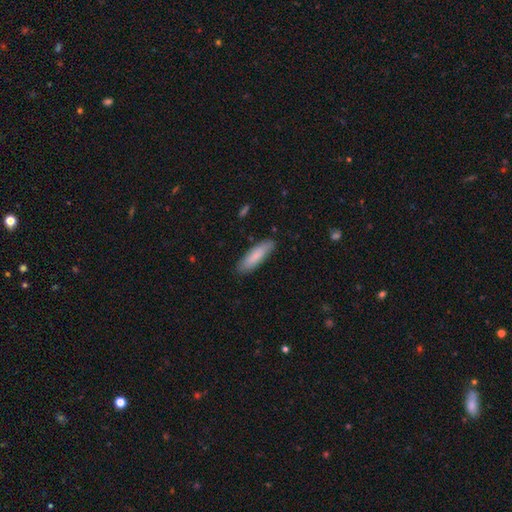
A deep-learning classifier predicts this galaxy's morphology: Overall: smooth (82%). How rounded: cigar-shaped (58%; in between 41%). Merging: none (85%).